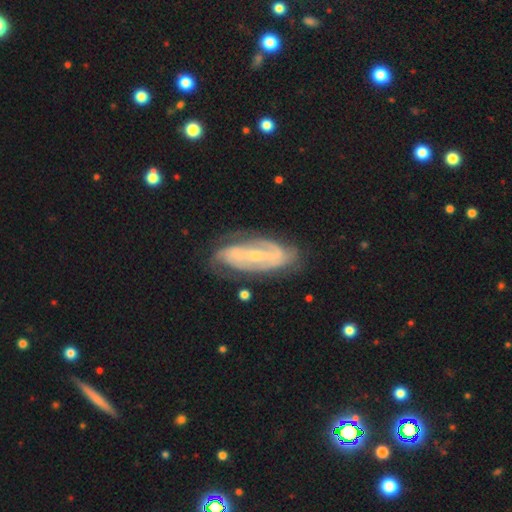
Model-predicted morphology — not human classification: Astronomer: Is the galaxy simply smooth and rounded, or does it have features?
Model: featured or disk — 76%.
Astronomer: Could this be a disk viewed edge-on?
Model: no — 87%.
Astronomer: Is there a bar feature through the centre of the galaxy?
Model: weak — 35% (runner-up: strong, 34%).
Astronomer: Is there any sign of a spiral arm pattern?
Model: yes — 89%.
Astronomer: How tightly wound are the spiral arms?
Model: tight — 41% (runner-up: medium, 39%).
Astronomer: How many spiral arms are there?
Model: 2 — 72%.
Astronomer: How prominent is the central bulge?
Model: small — 74%.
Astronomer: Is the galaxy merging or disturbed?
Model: none — 79%.